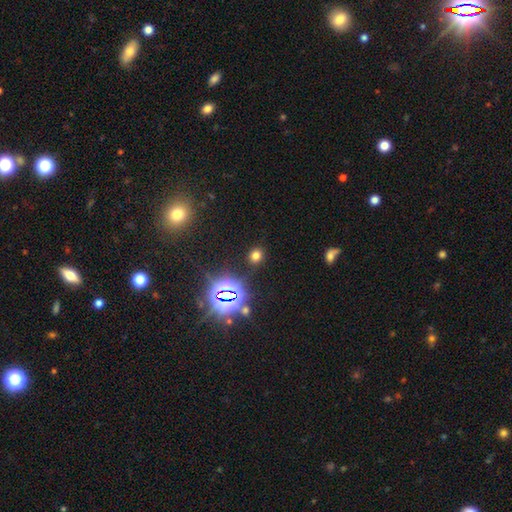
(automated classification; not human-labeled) smooth 65%, star or artifact 29%, featured or disk 6%. Down the decision tree: how rounded — round (71%); merging — none (87%).